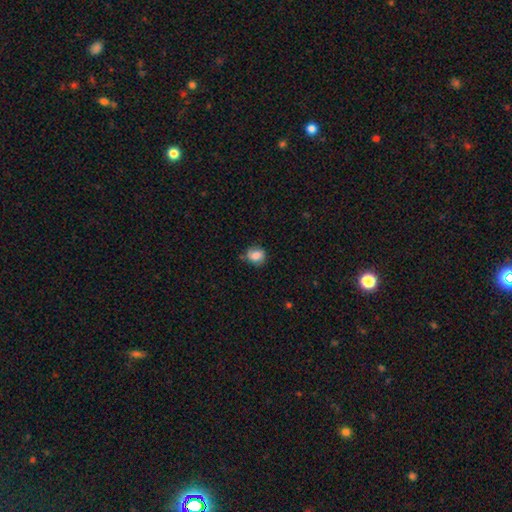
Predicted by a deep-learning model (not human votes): Smooth or featured: smooth — 78% (featured or disk — 13%)
How rounded: round — 68% (in between — 31%)
Merging: none — 66% (minor disturbance — 26%)